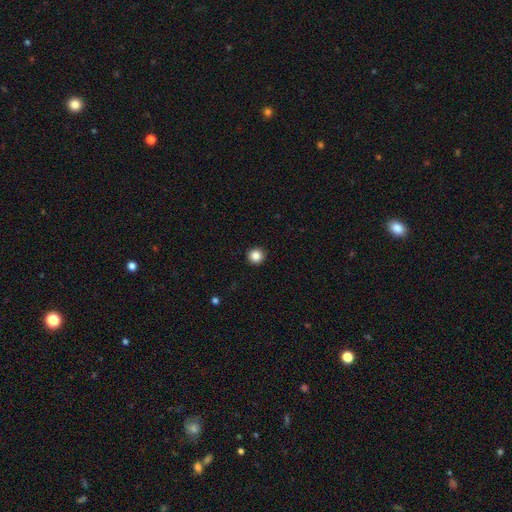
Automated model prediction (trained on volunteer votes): A smooth galaxy with no disk features (86%) that is round (96%).

Vote fractions:
- Smooth or featured? smooth: 86% / star or artifact: 10% / featured or disk: 4%
- How rounded? round: 96% / in between: 3% / cigar-shaped: 1%
- Merging? none: 94% / minor disturbance: 4% / major disturbance: 1% / merger: 1%